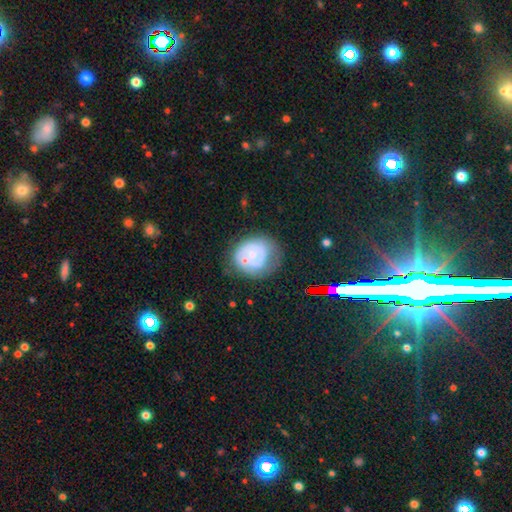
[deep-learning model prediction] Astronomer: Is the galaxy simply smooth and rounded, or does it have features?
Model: featured or disk — 52% (runner-up: smooth, 38%).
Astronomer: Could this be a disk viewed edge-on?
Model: no — 97%.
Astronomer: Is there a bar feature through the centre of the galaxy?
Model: no — 82%.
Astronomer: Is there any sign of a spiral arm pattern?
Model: no — 51% (runner-up: yes, 49%).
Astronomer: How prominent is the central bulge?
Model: small — 64%.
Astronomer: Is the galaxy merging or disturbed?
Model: none — 51% (runner-up: minor disturbance, 28%).